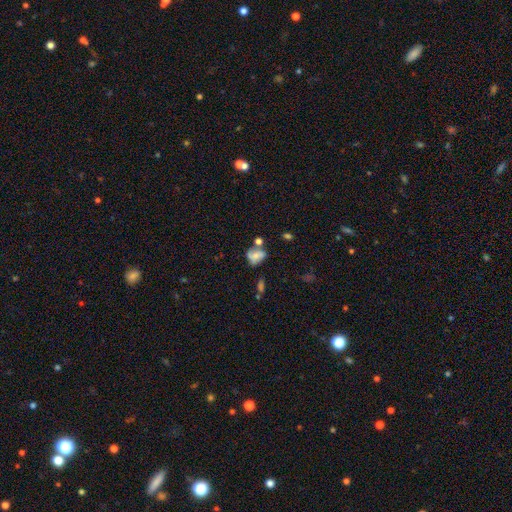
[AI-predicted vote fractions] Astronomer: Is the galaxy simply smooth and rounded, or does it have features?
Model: smooth — 59%.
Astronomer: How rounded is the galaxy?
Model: in between — 56% (runner-up: round, 42%).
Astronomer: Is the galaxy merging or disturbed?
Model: none — 42% (runner-up: merger, 27%).